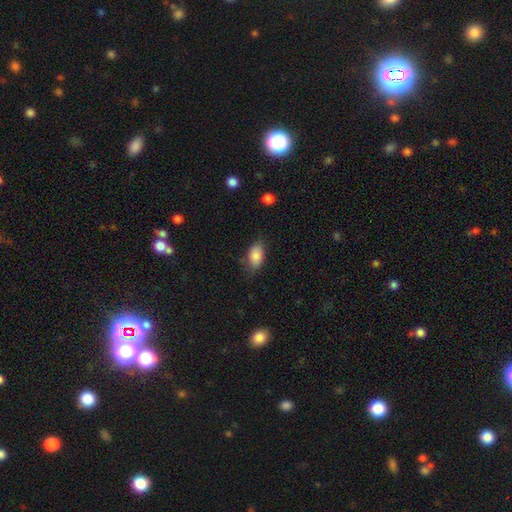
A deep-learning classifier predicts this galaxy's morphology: A smooth galaxy with no disk features (86%) that is in between round and cigar-shaped (91%). Merging: none (72%).